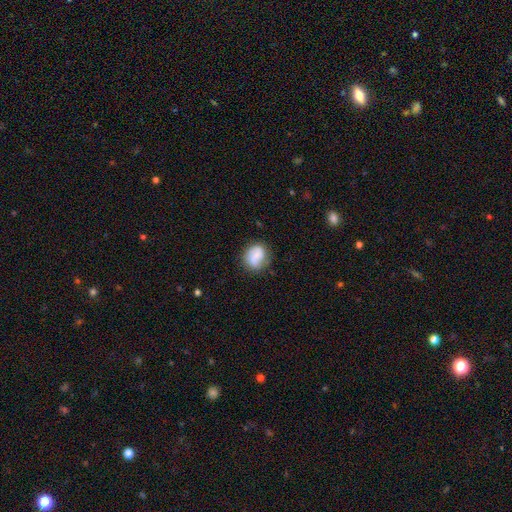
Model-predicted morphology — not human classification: Smooth or featured? smooth (54%)
How rounded? round (64%)
Merging? none (71%)